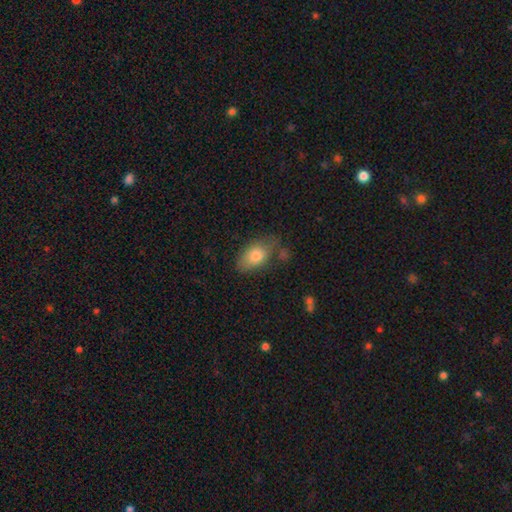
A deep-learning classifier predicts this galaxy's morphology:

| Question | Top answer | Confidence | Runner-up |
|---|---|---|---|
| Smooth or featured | smooth | 79% | featured or disk (13%) |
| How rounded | in between | 90% | round (8%) |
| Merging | none | 60% | minor disturbance (25%) |